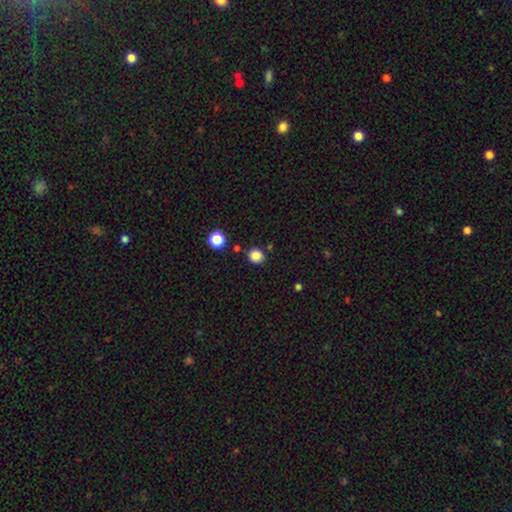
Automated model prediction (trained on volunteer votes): smooth 85%, star or artifact 12%, featured or disk 3%. Down the decision tree: how rounded — round (82%); merging — none (84%).